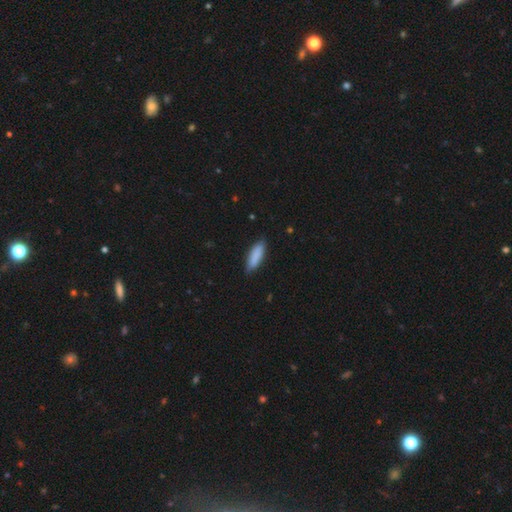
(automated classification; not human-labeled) Smooth or featured? smooth (87%)
How rounded? cigar-shaped (50%)
Merging? none (84%)